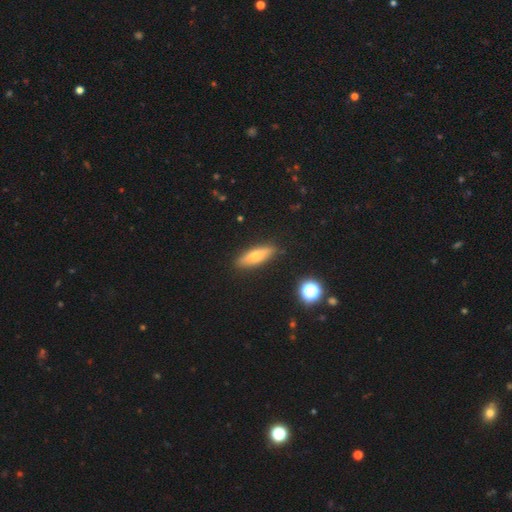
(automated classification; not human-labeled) Smooth or featured? smooth (58%)
How rounded? cigar-shaped (57%)
Merging? none (88%)